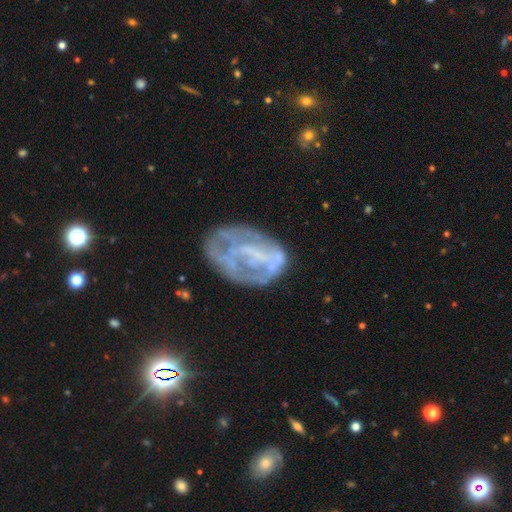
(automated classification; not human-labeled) Q: Smooth or featured?
A: featured or disk (67%); runner-up: smooth (21%)
Q: Edge-on disk?
A: no (97%); runner-up: yes (3%)
Q: Bar?
A: no (58%); runner-up: weak (27%)
Q: Spiral arms?
A: no (60%); runner-up: yes (40%)
Q: Bulge size?
A: none (62%); runner-up: small (26%)
Q: Merging?
A: none (53%); runner-up: minor disturbance (24%)